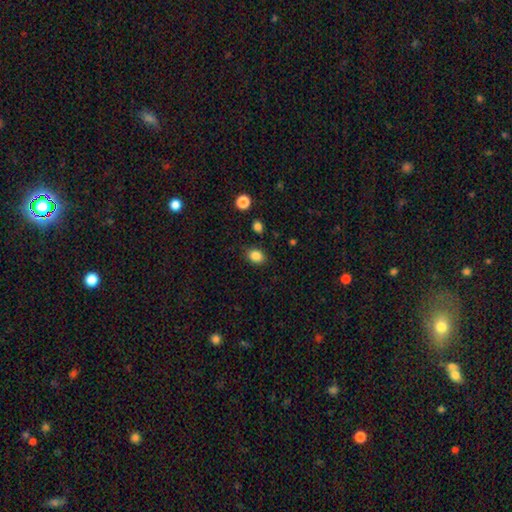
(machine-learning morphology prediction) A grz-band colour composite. It shows a smooth galaxy with no disk features (86%) that is in between round and cigar-shaped (55%). Merging: none (84%).